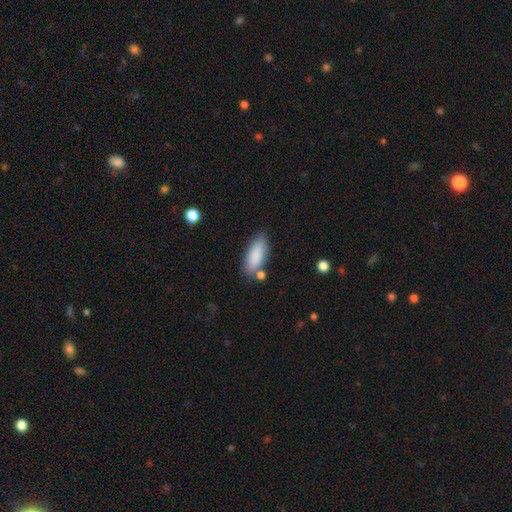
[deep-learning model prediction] Smooth or featured? Predicted: smooth (p=0.87). How rounded? Predicted: in between (p=0.81). Merging? Predicted: none (p=0.73).